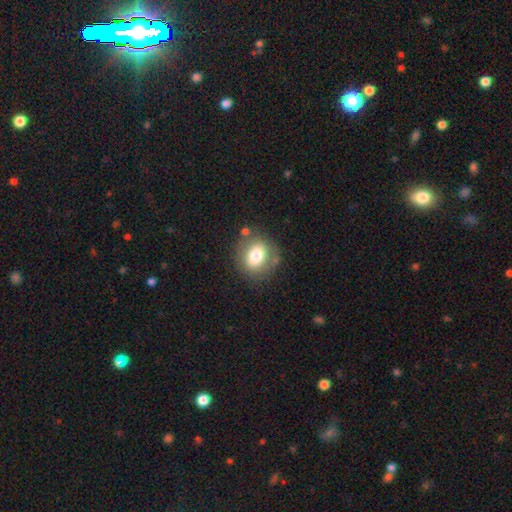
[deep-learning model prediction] smooth_or_featured: smooth (p=0.71) [alt: featured or disk p=0.20]
how_rounded: round (p=0.58) [alt: in between p=0.41]
merging: none (p=0.73) [alt: minor disturbance p=0.15]